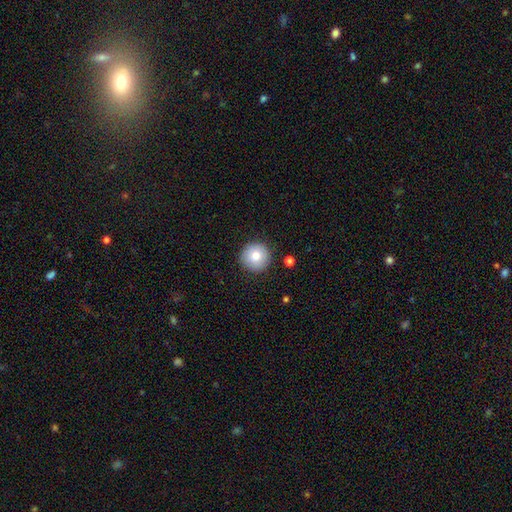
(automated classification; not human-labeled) Smooth or featured?
  - smooth: 79% *
  - featured or disk: 12%
  - star or artifact: 9%
How rounded?
  - round: 96% *
  - in between: 3%
  - cigar-shaped: 1%
Merging?
  - none: 89% *
  - minor disturbance: 7%
  - major disturbance: 2%
  - merger: 2%